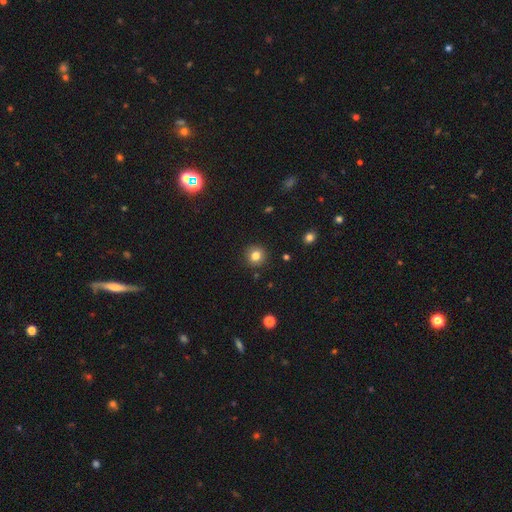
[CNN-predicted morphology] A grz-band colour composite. It shows a smooth galaxy with no disk features (81%) that is round (93%). Merging: none (91%).